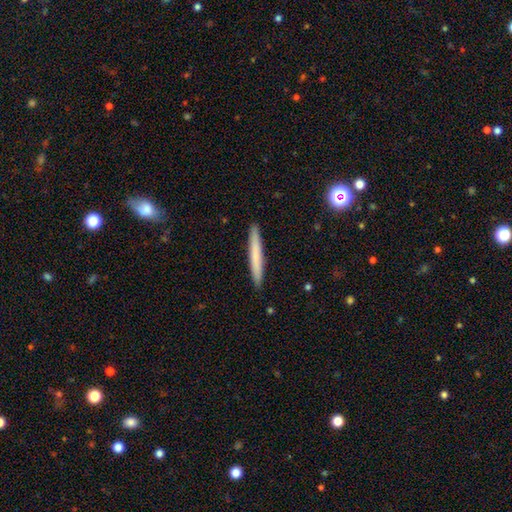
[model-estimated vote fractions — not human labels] A smooth galaxy with no disk features (68%) that is cigar-shaped (96%).

Vote fractions:
- Smooth or featured? smooth: 68% / featured or disk: 26% / star or artifact: 7%
- How rounded? cigar-shaped: 96% / in between: 2% / round: 1%
- Merging? none: 92% / minor disturbance: 6% / major disturbance: 1% / merger: 1%